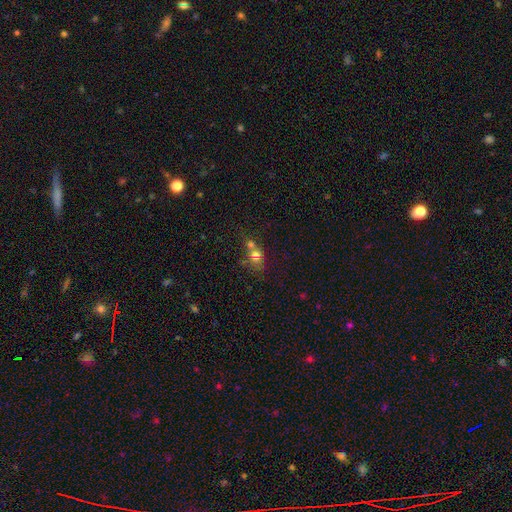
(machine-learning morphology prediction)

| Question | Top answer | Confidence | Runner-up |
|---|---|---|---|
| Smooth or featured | smooth | 67% | featured or disk (18%) |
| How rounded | round | 70% | in between (29%) |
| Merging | merger | 58% | none (29%) |